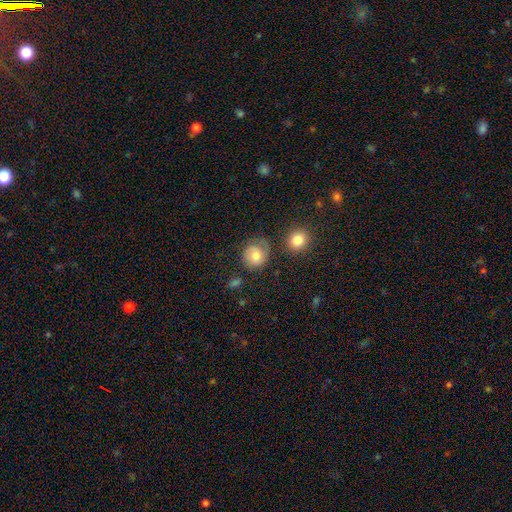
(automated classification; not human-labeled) smooth 62%, featured or disk 28%, star or artifact 10%. Down the decision tree: how rounded — round (80%); merging — none (60%).